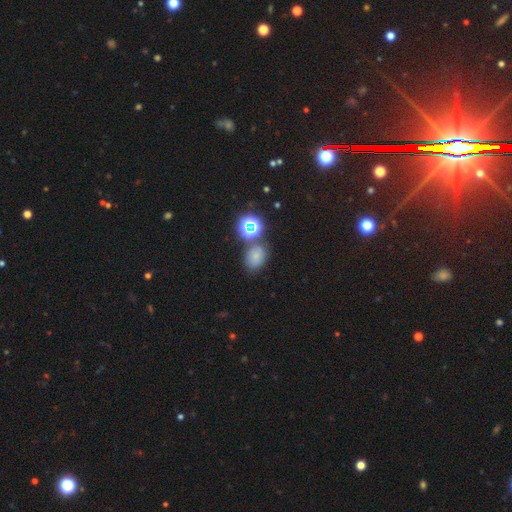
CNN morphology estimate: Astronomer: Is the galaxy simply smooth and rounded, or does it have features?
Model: smooth — 67%.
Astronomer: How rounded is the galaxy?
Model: in between — 61% (runner-up: round, 38%).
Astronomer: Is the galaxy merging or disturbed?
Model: none — 67%.